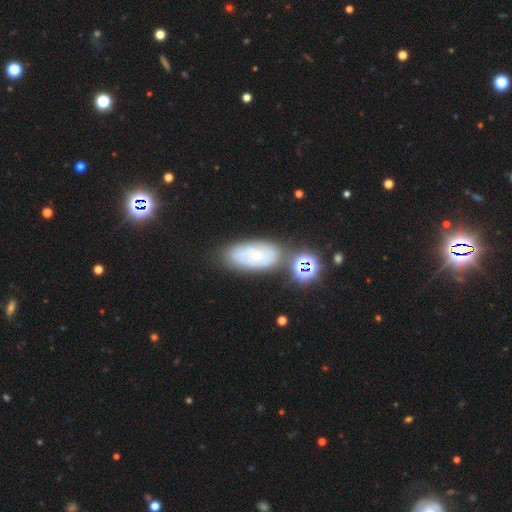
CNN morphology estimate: This appears to be a featured or disk galaxy (54%). Merging: none (65%).